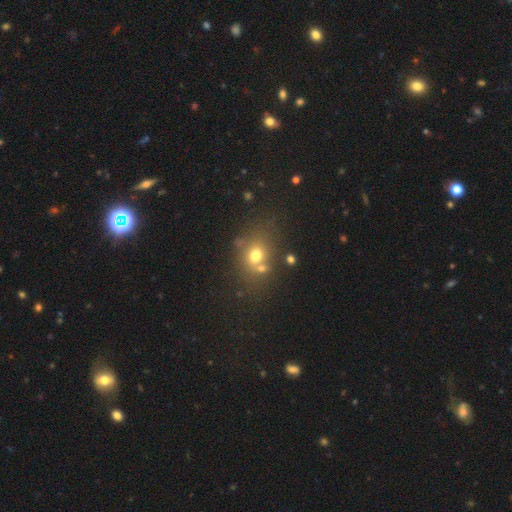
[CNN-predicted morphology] This is likely a smooth galaxy (68%). How rounded: possibly round (55%). Merging: possibly none (53%).